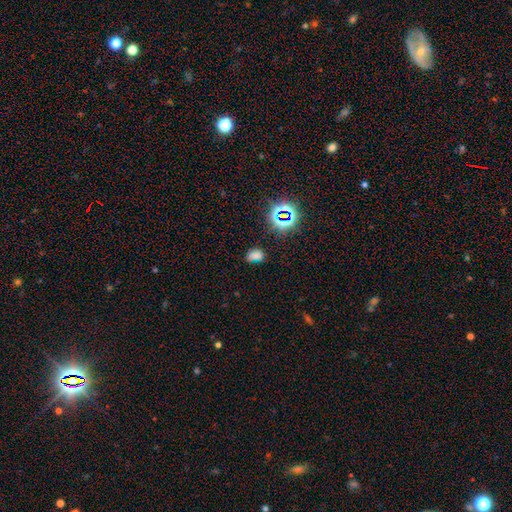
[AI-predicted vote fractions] smooth_or_featured: smooth (p=0.62) [alt: star or artifact p=0.29]
how_rounded: in between (p=0.76) [alt: round p=0.22]
merging: none (p=0.55) [alt: minor disturbance p=0.25]